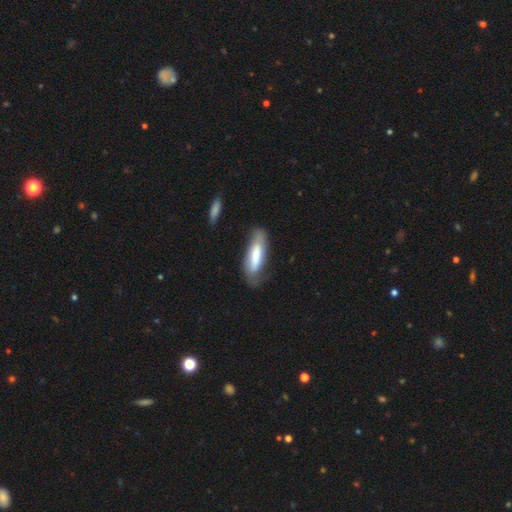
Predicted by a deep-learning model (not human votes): smooth-or-featured: smooth: 68% | featured or disk: 26% | star or artifact: 6%
  how-rounded: cigar-shaped: 54% | in between: 45% | round: 1%
  merging: none: 61% | minor disturbance: 26% | major disturbance: 10% | merger: 3%